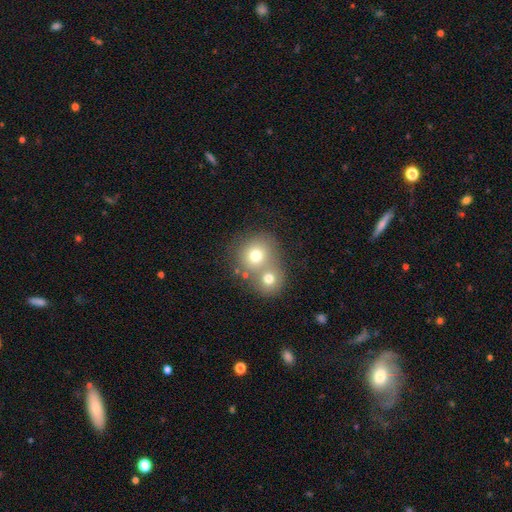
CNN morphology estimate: Smooth or featured? smooth (57%)
How rounded? round (84%)
Merging? none (45%)